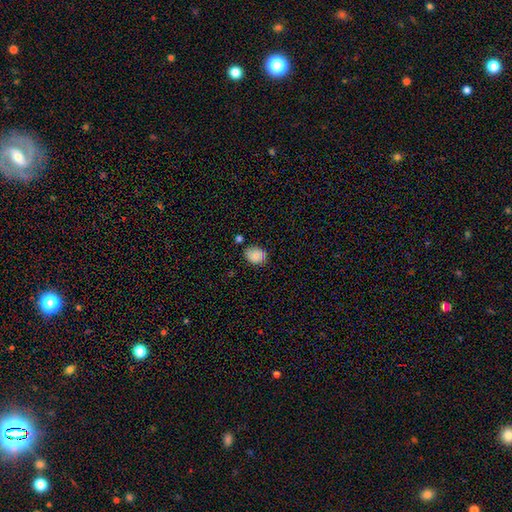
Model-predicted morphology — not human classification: Overall: smooth (86%). How rounded: in between (55%; round 44%). Merging: none (73%).